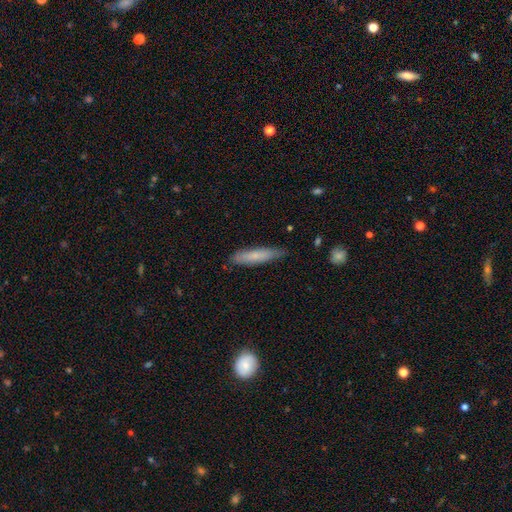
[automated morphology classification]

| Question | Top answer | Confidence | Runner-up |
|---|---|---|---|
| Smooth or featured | smooth | 69% | featured or disk (25%) |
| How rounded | cigar-shaped | 85% | in between (14%) |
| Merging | none | 80% | minor disturbance (16%) |